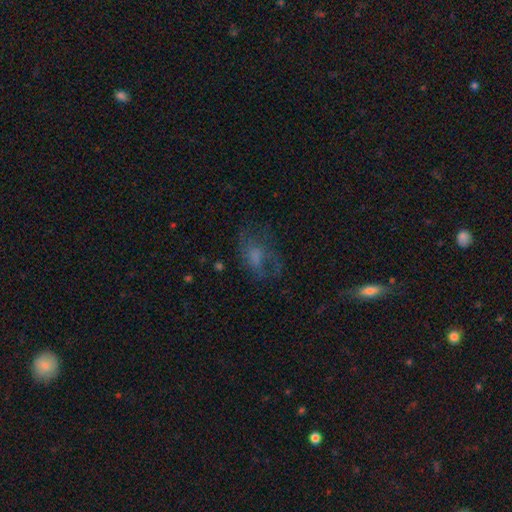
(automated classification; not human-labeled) Smooth or featured? Predicted: featured or disk (p=0.44). Merging? Predicted: none (p=0.47).